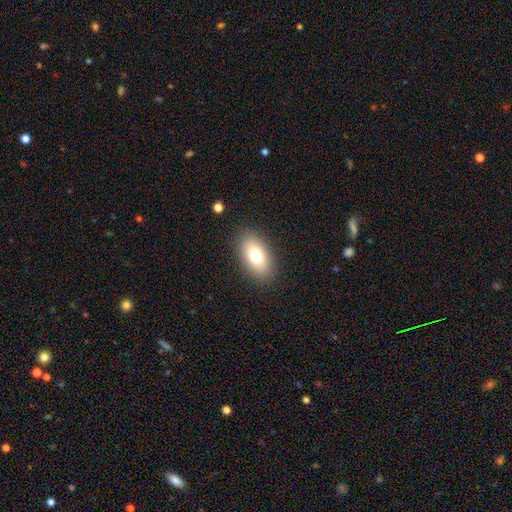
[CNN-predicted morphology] Smooth or featured: smooth — 74% (featured or disk — 16%)
How rounded: in between — 89% (round — 9%)
Merging: none — 87% (minor disturbance — 9%)